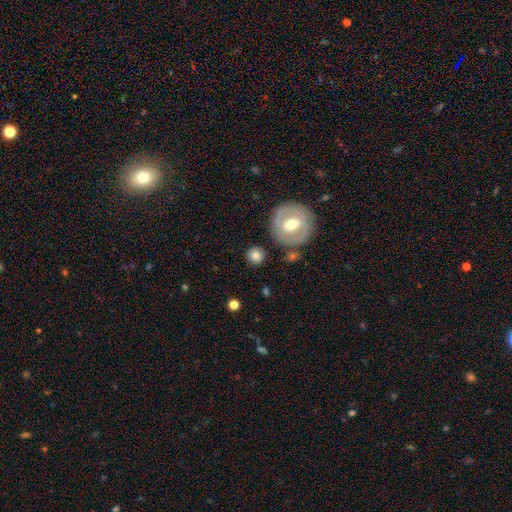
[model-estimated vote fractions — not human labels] This appears to be a smooth galaxy with no disk features (75%) that is round (92%). Merging: none (84%).